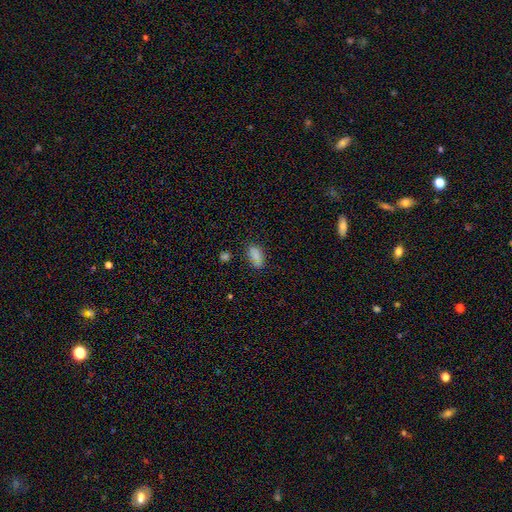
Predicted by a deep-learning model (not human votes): smooth-or-featured: smooth: 78% | star or artifact: 16% | featured or disk: 6%
  how-rounded: in between: 89% | round: 7% | cigar-shaped: 4%
  merging: none: 73% | minor disturbance: 17% | merger: 5% | major disturbance: 5%